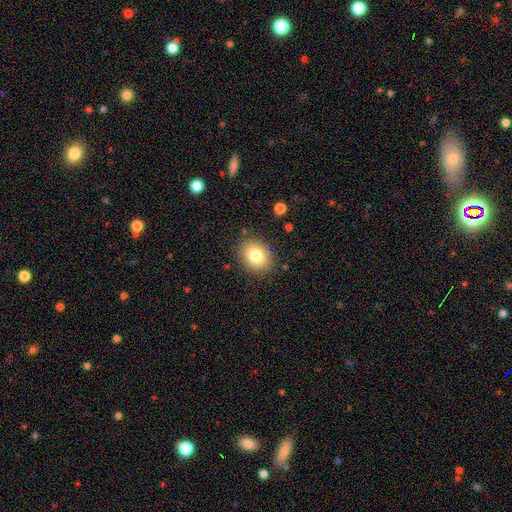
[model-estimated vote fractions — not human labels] Morphology: type=smooth (80%); roundness=in between (56%); merging=none (85%).